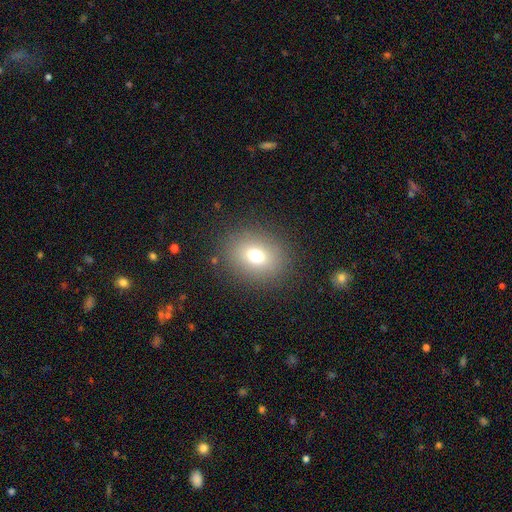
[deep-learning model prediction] This appears to be a smooth galaxy with no disk features (73%) that is round (53%). Merging: none (86%).